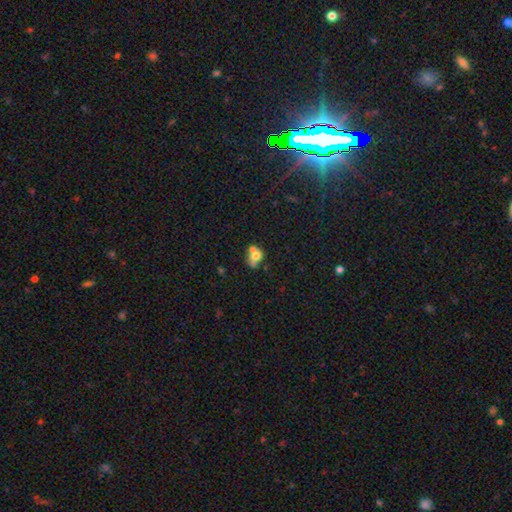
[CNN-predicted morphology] Overall: smooth (64%; featured or disk 25%). How rounded: in between (49%, tied with round). Merging: merger (53%; none 26%).